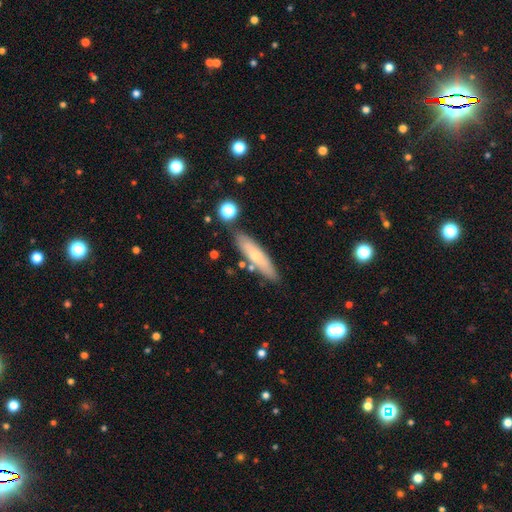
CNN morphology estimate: This appears to be a smooth galaxy with no disk features (61%) that is cigar-shaped (77%). Merging: none (78%).